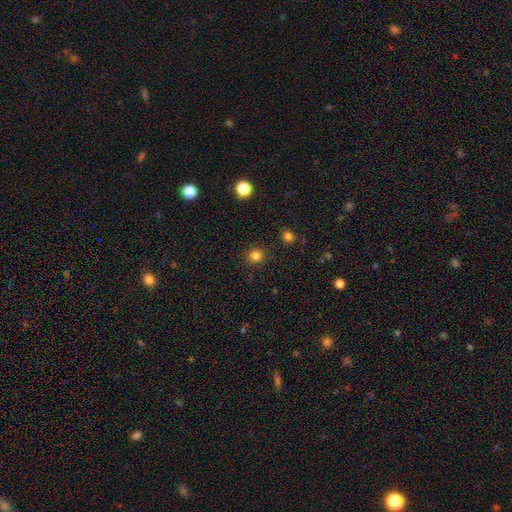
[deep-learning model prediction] smooth 82%, star or artifact 14%, featured or disk 4%. Down the decision tree: how rounded — round (91%); merging — none (91%).